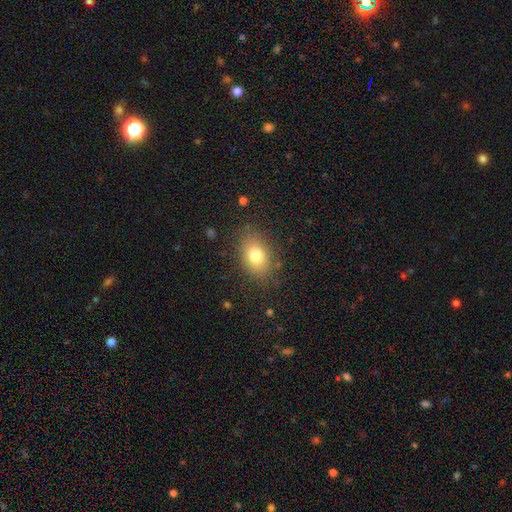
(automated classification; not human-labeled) The model was most divided on "how rounded": in between: 72%, round: 27%, cigar-shaped: 1%. More confident: merging — none (82%); smooth or featured — smooth (76%).